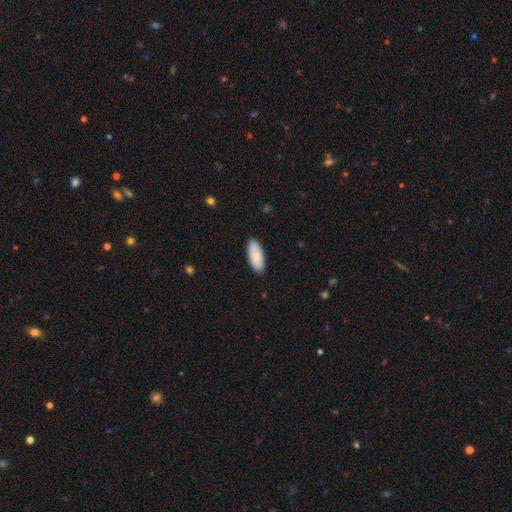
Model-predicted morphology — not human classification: smooth_or_featured: smooth (p=0.83) [alt: featured or disk p=0.11]
how_rounded: in between (p=0.85) [alt: cigar-shaped p=0.13]
merging: none (p=0.88) [alt: minor disturbance p=0.09]